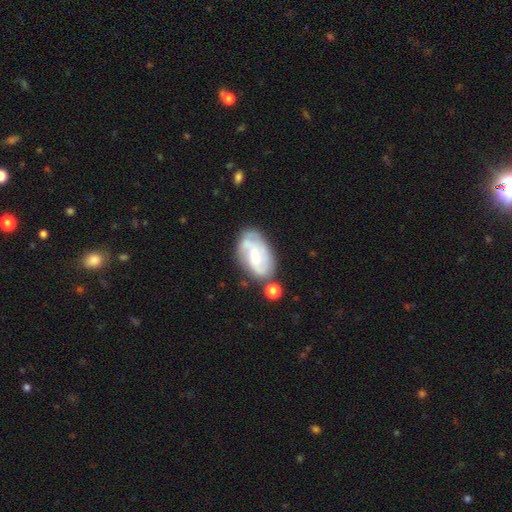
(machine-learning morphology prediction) This appears to be a featured or disk galaxy (63%) with a weak bar (46%), spiral arms (82%) and a moderate central bulge (42%). Merging: none (55%).